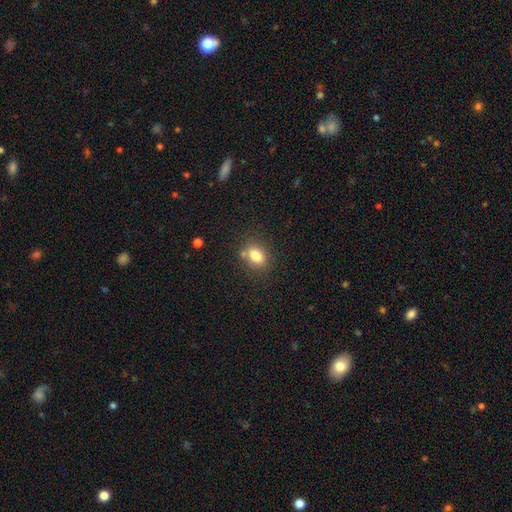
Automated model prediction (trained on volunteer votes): This is likely a smooth galaxy (80%). How rounded: likely in between (60%). Merging: likely none (73%).